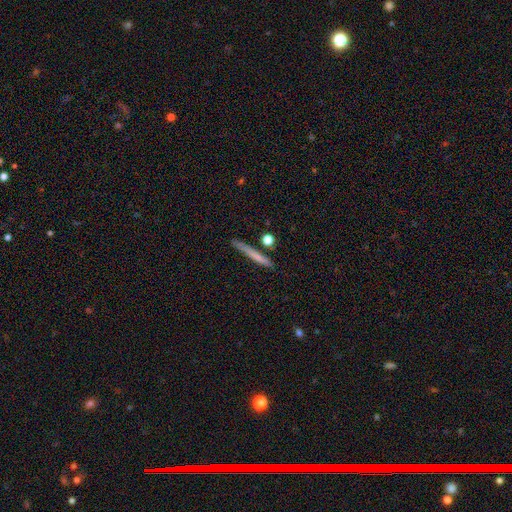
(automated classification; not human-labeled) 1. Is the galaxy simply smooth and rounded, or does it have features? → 64% smooth, 30% featured or disk, 7% star or artifact.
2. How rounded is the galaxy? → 95% cigar-shaped, 3% in between, 2% round.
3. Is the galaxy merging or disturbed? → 83% none, 10% minor disturbance, 4% merger, 2% major disturbance.